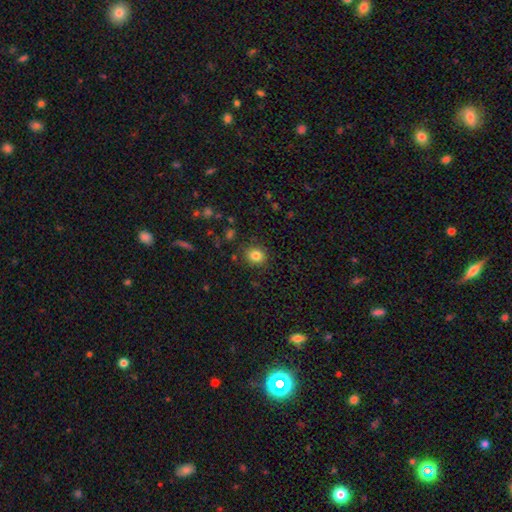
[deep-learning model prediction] Smooth or featured? smooth (83%)
How rounded? round (72%)
Merging? none (87%)